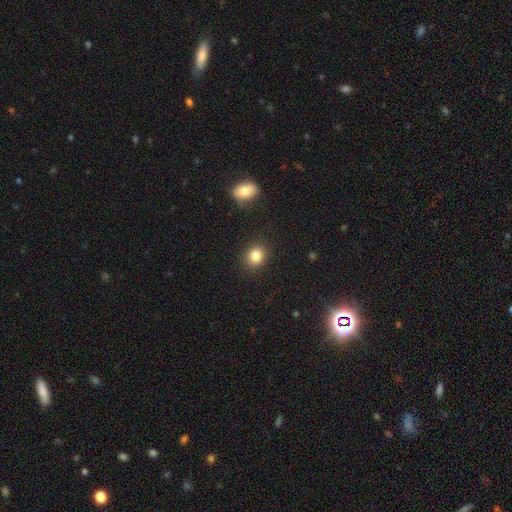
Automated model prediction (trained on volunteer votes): A smooth galaxy with no disk features (83%) that is round (69%).

Vote fractions:
- Smooth or featured? smooth: 83% / star or artifact: 11% / featured or disk: 6%
- How rounded? round: 69% / in between: 30% / cigar-shaped: 1%
- Merging? none: 88% / minor disturbance: 8% / major disturbance: 3% / merger: 2%